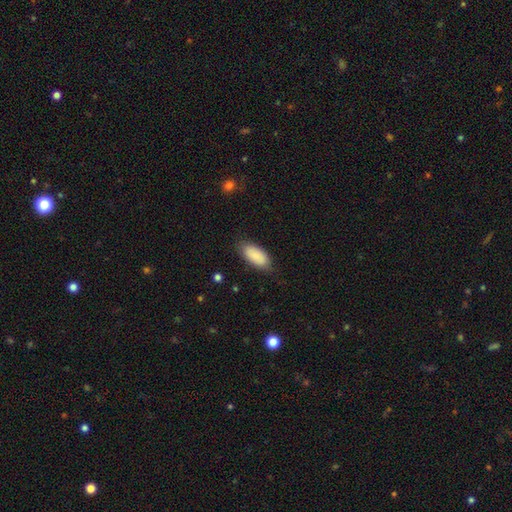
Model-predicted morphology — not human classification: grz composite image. It shows a smooth galaxy with no disk features (85%) that is in between round and cigar-shaped (91%). Merging: none (80%).